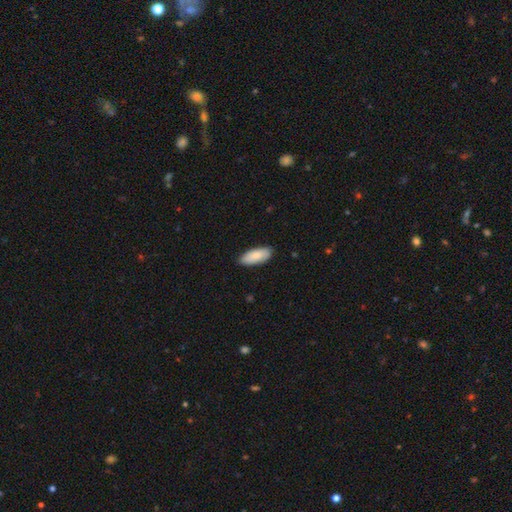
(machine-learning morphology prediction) This appears to be a smooth galaxy with no disk features (86%) that is in between round and cigar-shaped (85%). Merging: none (85%).